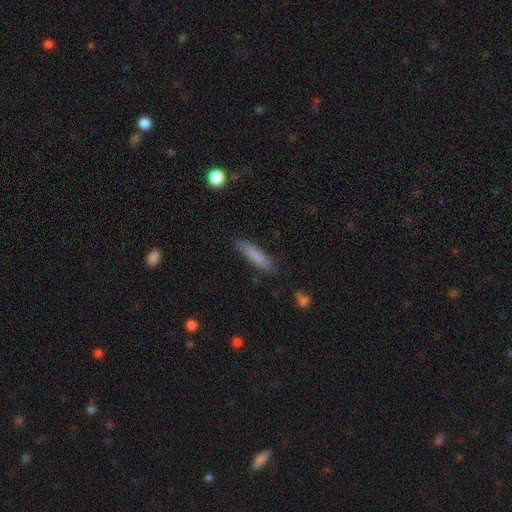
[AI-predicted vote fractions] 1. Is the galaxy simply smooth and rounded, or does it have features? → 81% smooth, 13% featured or disk, 6% star or artifact.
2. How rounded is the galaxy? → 83% cigar-shaped, 16% in between, 1% round.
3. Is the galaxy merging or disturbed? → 84% none, 12% minor disturbance, 2% major disturbance, 1% merger.